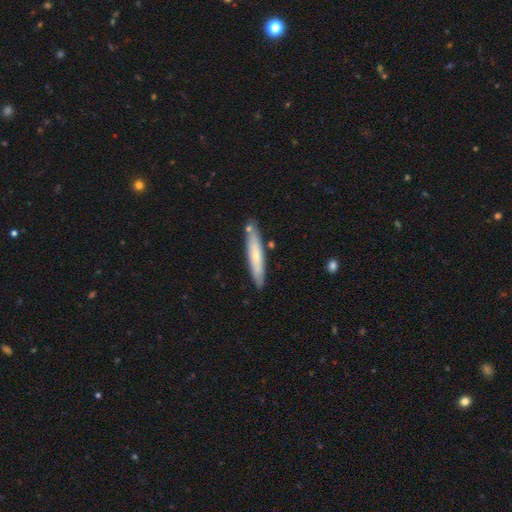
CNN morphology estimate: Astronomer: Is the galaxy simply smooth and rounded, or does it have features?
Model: smooth — 62%.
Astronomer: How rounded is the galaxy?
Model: cigar-shaped — 90%.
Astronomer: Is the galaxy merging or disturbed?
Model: none — 82%.